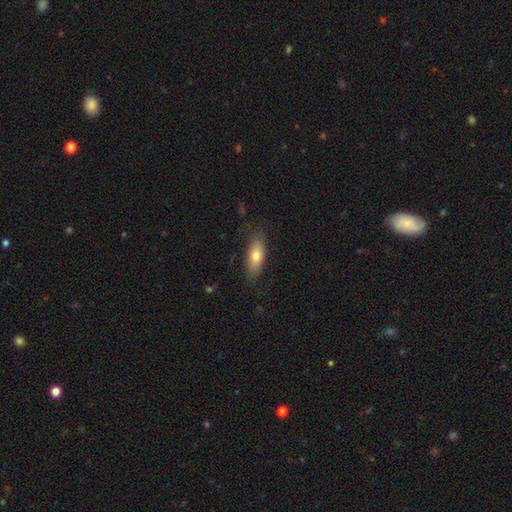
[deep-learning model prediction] smooth_or_featured: smooth (p=0.73) [alt: featured or disk p=0.21]
how_rounded: in between (p=0.73) [alt: cigar-shaped p=0.24]
merging: none (p=0.79) [alt: minor disturbance p=0.16]